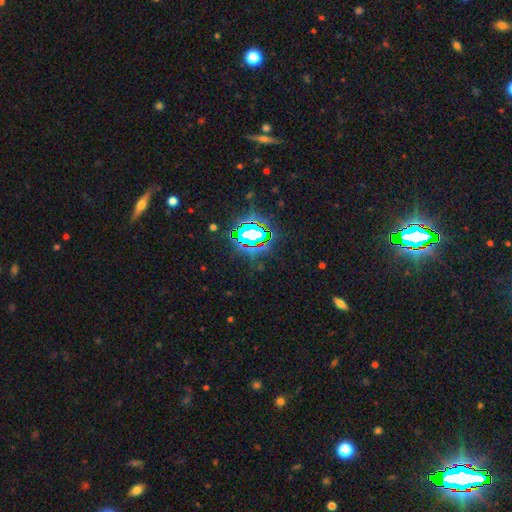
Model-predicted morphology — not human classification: Q: Smooth or featured?
A: star or artifact (82%); runner-up: smooth (10%)